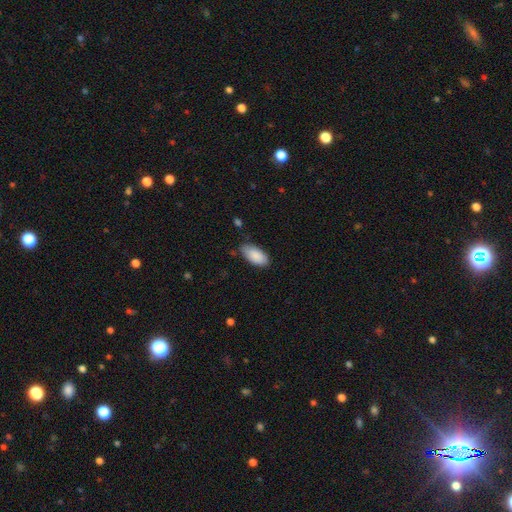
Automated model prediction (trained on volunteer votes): Smooth or featured? smooth (88%)
How rounded? in between (93%)
Merging? none (76%)